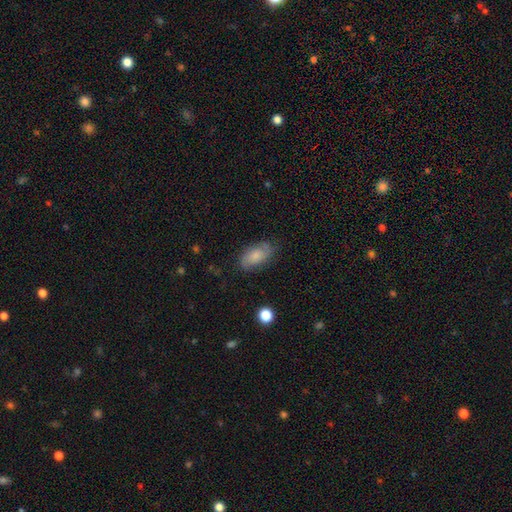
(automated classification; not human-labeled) The model was most divided on "smooth or featured": smooth: 64%, featured or disk: 28%, star or artifact: 8%. More confident: how rounded — in between (91%); merging — none (77%).